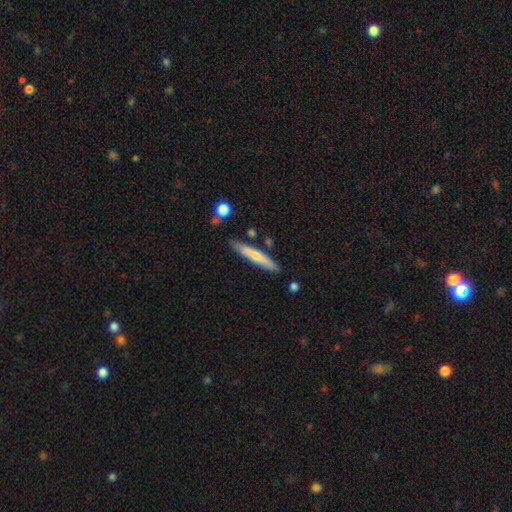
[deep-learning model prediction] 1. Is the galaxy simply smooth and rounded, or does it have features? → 57% smooth, 38% featured or disk, 6% star or artifact.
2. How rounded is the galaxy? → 93% cigar-shaped, 6% in between, 1% round.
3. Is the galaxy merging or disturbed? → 83% none, 11% minor disturbance, 4% merger, 2% major disturbance.